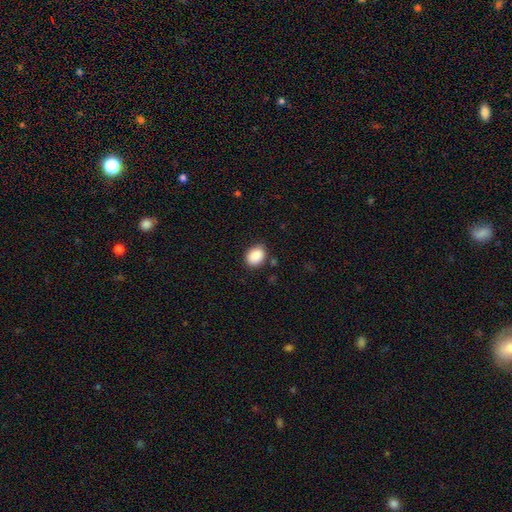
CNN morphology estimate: Smooth or featured? Predicted: smooth (p=0.89). How rounded? Predicted: in between (p=0.70). Merging? Predicted: none (p=0.82).